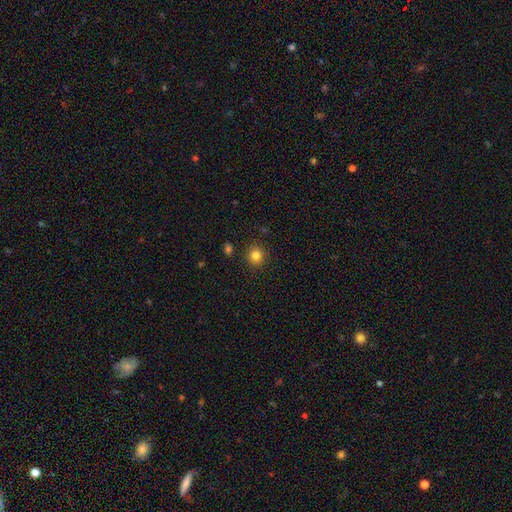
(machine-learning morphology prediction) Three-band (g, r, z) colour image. It shows a smooth galaxy with no disk features (82%) that is round (90%). Merging: none (89%).